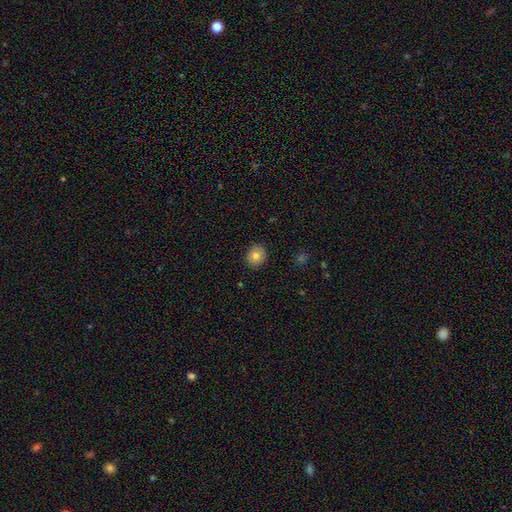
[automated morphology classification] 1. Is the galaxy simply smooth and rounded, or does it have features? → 79% smooth, 12% featured or disk, 9% star or artifact.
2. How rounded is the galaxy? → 81% round, 18% in between, 1% cigar-shaped.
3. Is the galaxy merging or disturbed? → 90% none, 8% minor disturbance, 2% major disturbance, 1% merger.